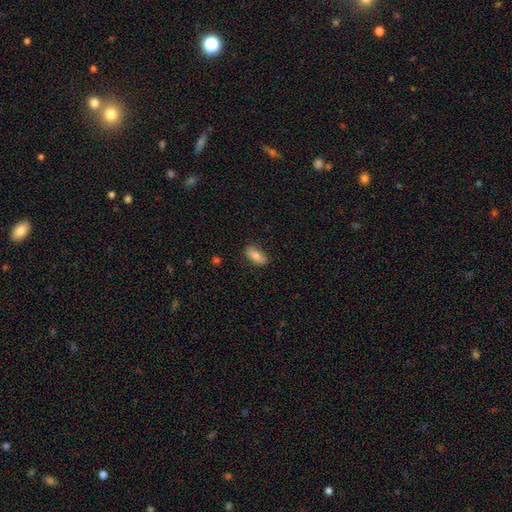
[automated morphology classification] Q: Smooth or featured?
A: smooth (81%); runner-up: featured or disk (12%)
Q: How rounded?
A: in between (85%); runner-up: cigar-shaped (12%)
Q: Merging?
A: none (85%); runner-up: minor disturbance (12%)